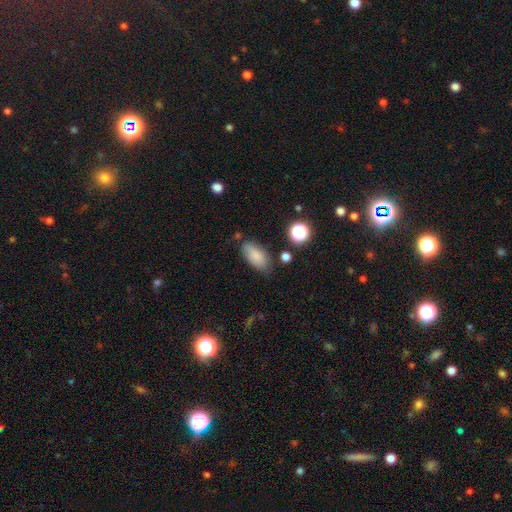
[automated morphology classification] The model was most divided on "merging": none: 69%, minor disturbance: 22%, major disturbance: 6%, merger: 4%. More confident: how rounded — in between (90%); smooth or featured — smooth (82%).